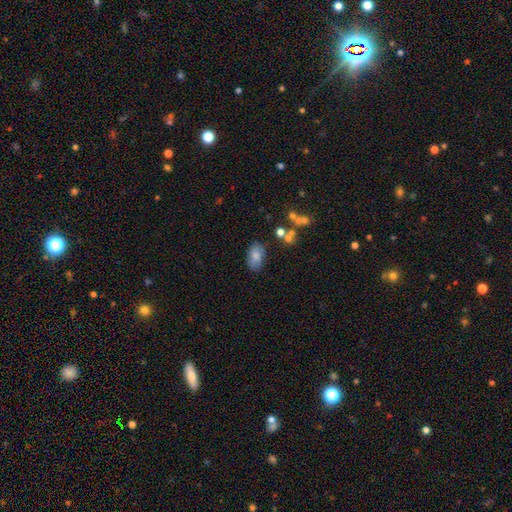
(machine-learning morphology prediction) smooth 76%, featured or disk 15%, star or artifact 9%. Down the decision tree: how rounded — in between (91%); merging — none (70%).